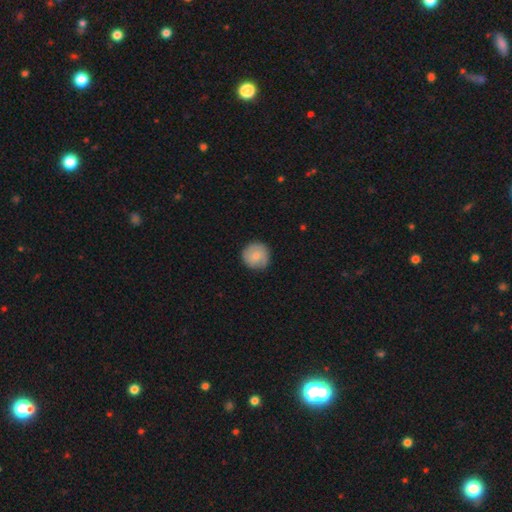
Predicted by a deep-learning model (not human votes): Smooth or featured? Predicted: smooth (p=0.67). How rounded? Predicted: round (p=0.94). Merging? Predicted: none (p=0.84).